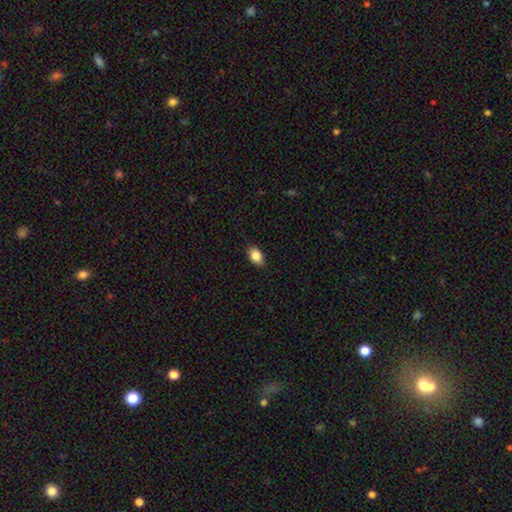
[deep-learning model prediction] Q: Smooth or featured?
A: smooth (87%); runner-up: star or artifact (8%)
Q: How rounded?
A: in between (88%); runner-up: round (11%)
Q: Merging?
A: none (87%); runner-up: minor disturbance (10%)